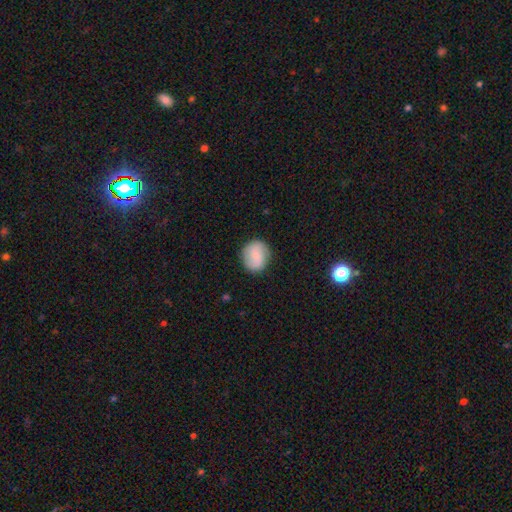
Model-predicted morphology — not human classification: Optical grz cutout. It shows a smooth galaxy with no disk features (54%) that is round (80%). Merging: none (85%).